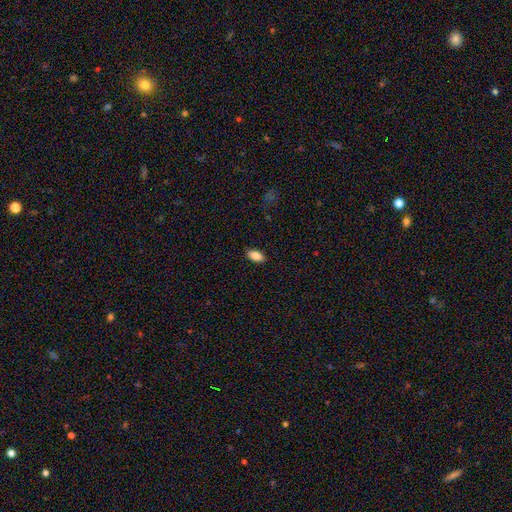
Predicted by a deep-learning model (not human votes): A smooth galaxy with no disk features (86%) that is in between round and cigar-shaped (91%).

Vote fractions:
- Smooth or featured? smooth: 86% / star or artifact: 7% / featured or disk: 7%
- How rounded? in between: 91% / cigar-shaped: 6% / round: 3%
- Merging? none: 88% / minor disturbance: 9% / major disturbance: 2% / merger: 1%